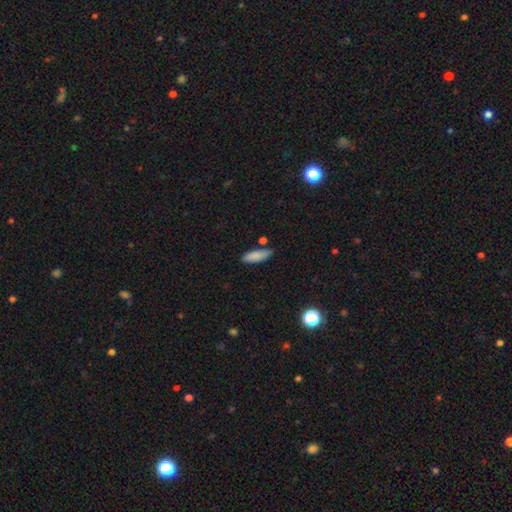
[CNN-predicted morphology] smooth_or_featured: smooth (p=0.85) [alt: featured or disk p=0.08]
how_rounded: in between (p=0.56) [alt: cigar-shaped p=0.42]
merging: none (p=0.76) [alt: minor disturbance p=0.15]